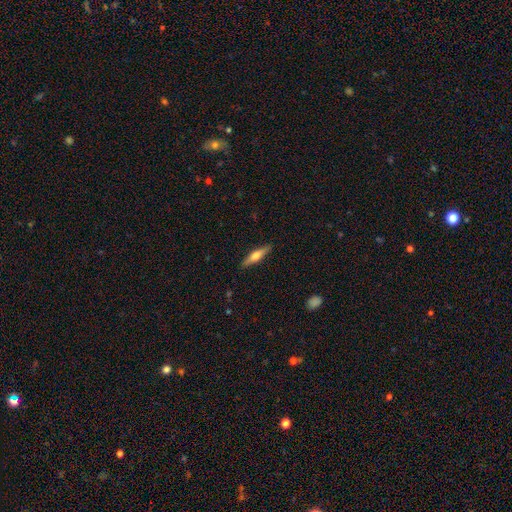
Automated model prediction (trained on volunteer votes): This appears to be a featured or disk galaxy (51%) viewed edge-on (95%). Merging: none (89%).